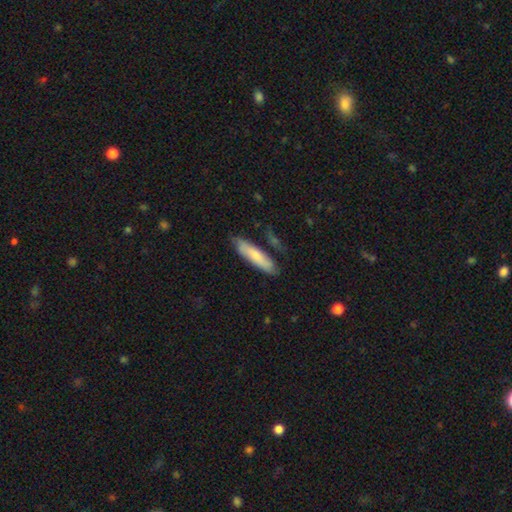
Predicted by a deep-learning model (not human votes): This is likely a smooth galaxy (72%). How rounded: likely cigar-shaped (73%). Merging: likely none (74%).